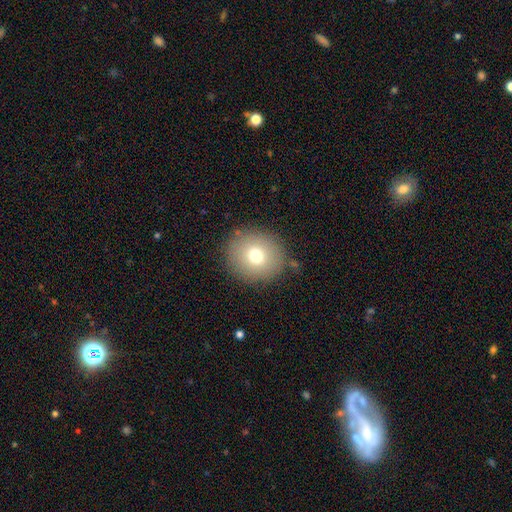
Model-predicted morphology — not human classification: Smooth or featured: smooth — 74% (featured or disk — 14%)
How rounded: round — 87% (in between — 12%)
Merging: none — 86% (minor disturbance — 9%)